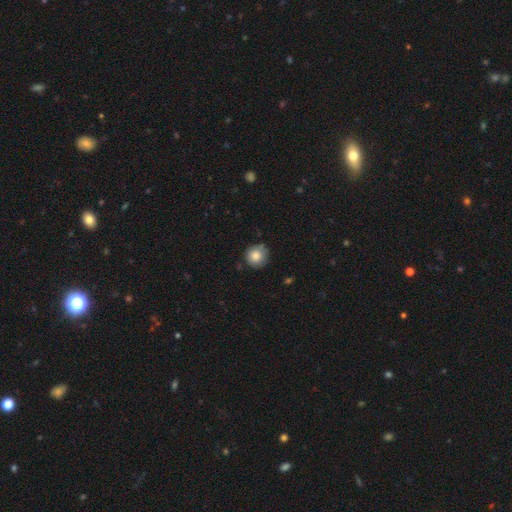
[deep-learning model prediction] Q: Smooth or featured?
A: smooth (82%); runner-up: featured or disk (9%)
Q: How rounded?
A: round (93%); runner-up: in between (6%)
Q: Merging?
A: none (78%); runner-up: minor disturbance (17%)